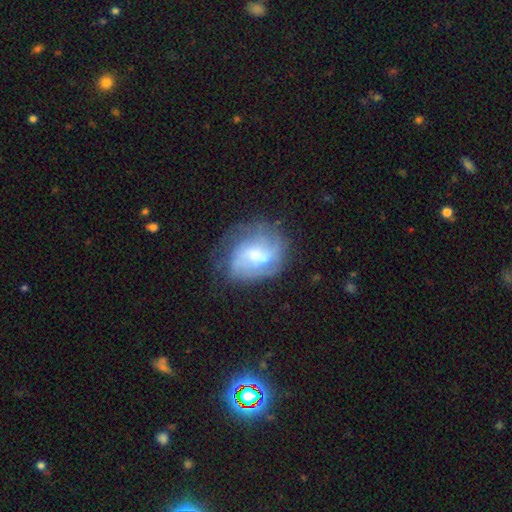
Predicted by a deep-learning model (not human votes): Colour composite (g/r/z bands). It shows a featured or disk galaxy (63%) with no bar (48%), spiral arms (79%) and a moderate central bulge (40%). Merging: none (56%).